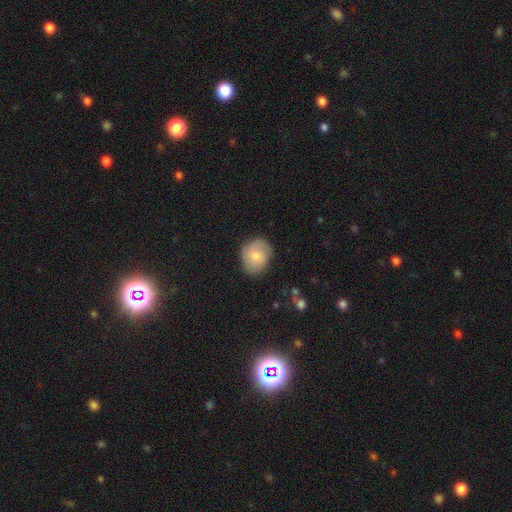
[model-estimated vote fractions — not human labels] This appears to be a smooth galaxy with no disk features (73%) that is round (58%). Merging: none (75%).